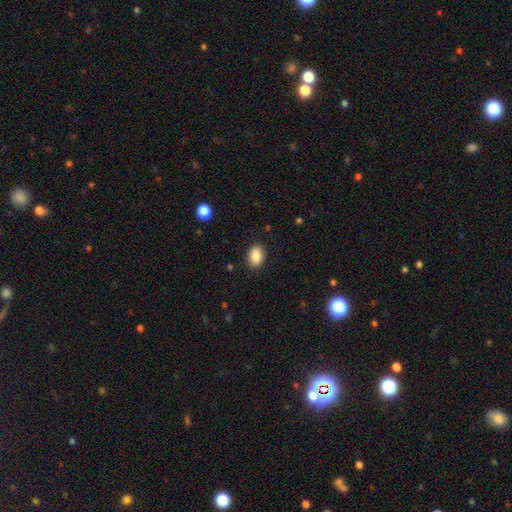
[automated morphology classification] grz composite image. It shows a smooth galaxy with no disk features (86%) that is in between round and cigar-shaped (82%). Merging: none (87%).